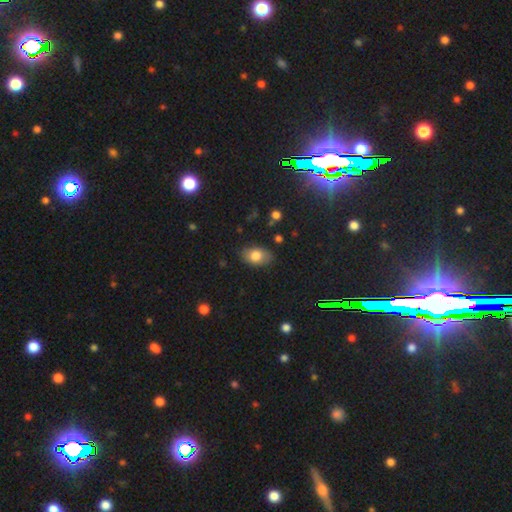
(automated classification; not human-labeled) The model was most divided on "smooth or featured": smooth: 80%, featured or disk: 12%, star or artifact: 8%. More confident: how rounded — in between (85%); merging — none (82%).